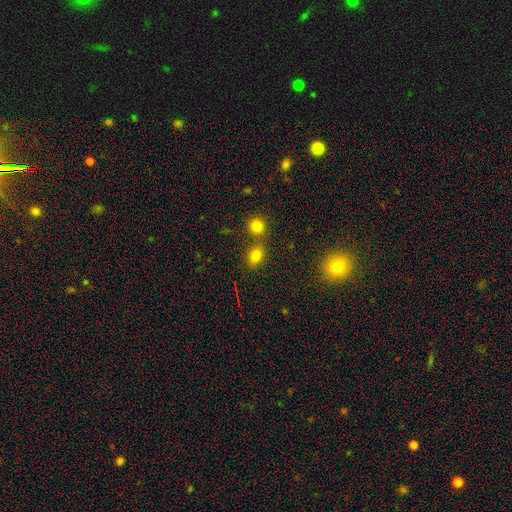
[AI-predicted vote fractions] Morphology: type=smooth (79%); roundness=in between (61%); merging=none (66%).